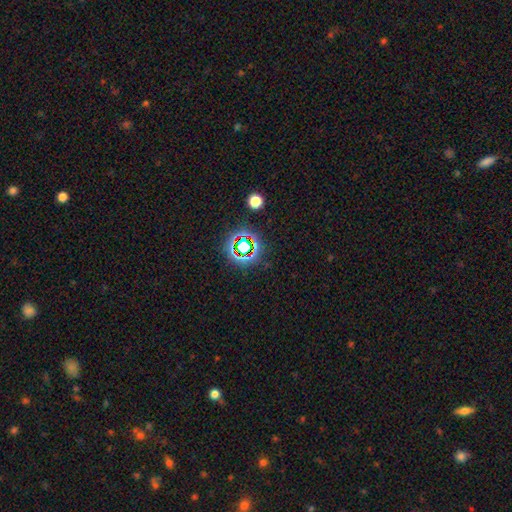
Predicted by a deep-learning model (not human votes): A star or artifact, not a galaxy (74%).